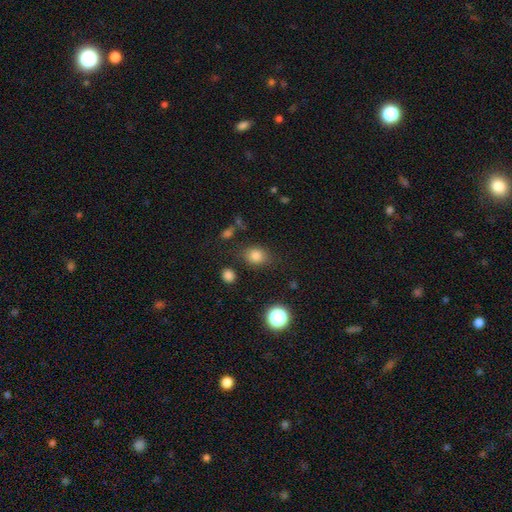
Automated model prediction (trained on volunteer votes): Smooth or featured?
  - smooth: 81% *
  - star or artifact: 13%
  - featured or disk: 6%
How rounded?
  - round: 53% *
  - in between: 46%
  - cigar-shaped: 1%
Merging?
  - none: 78% *
  - minor disturbance: 14%
  - major disturbance: 5%
  - merger: 4%